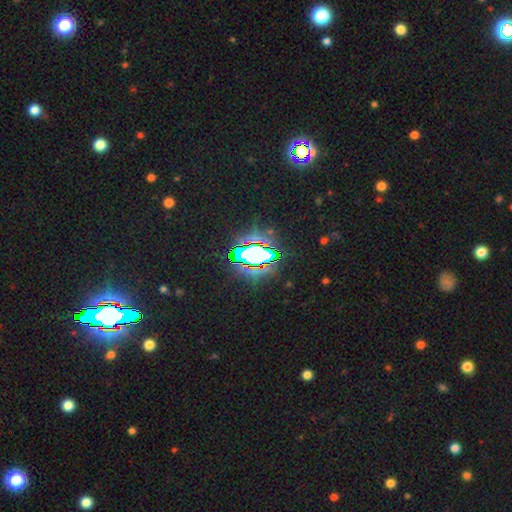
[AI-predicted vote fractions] Smooth or featured? star or artifact (73%)